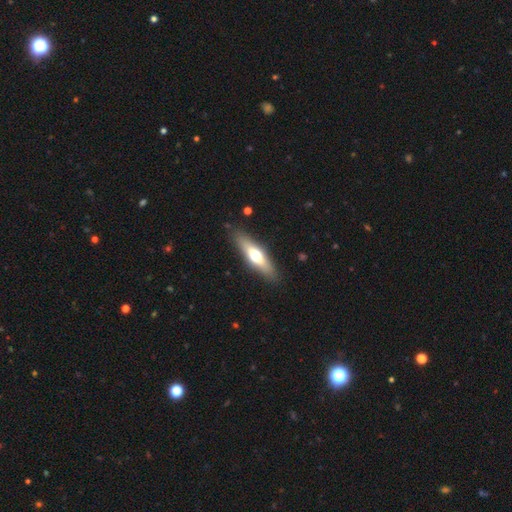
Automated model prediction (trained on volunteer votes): This is possibly a smooth galaxy (49%). Merging: clearly none (87%).